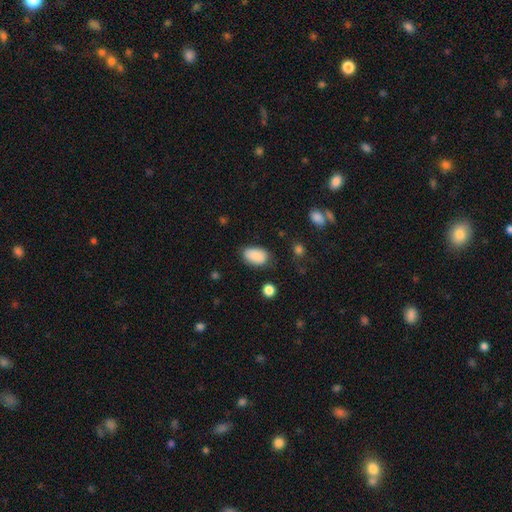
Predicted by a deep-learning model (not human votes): Smooth or featured? smooth (88%)
How rounded? in between (92%)
Merging? none (77%)